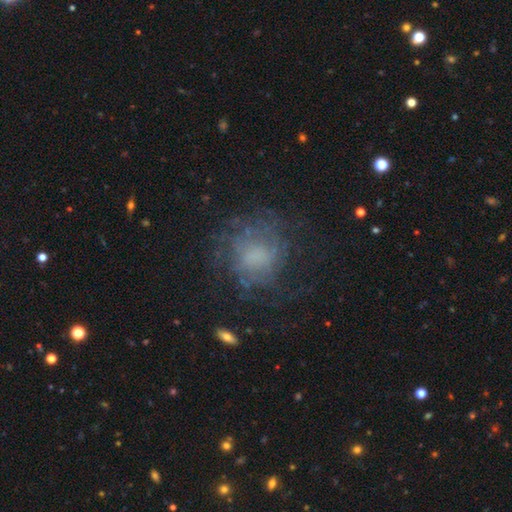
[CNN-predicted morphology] Overall: featured or disk (48%; smooth 35%). Merging: none (62%).